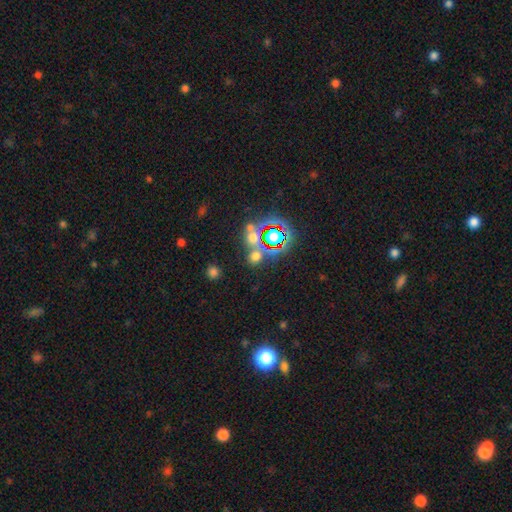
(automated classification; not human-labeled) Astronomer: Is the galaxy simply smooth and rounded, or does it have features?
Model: smooth — 54% (runner-up: star or artifact, 38%).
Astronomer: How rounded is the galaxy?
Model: round — 80%.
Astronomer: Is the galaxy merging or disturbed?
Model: none — 68%.